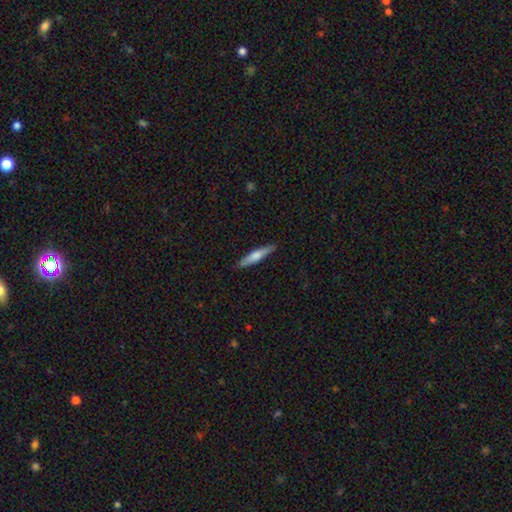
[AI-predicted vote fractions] This appears to be a smooth galaxy with no disk features (55%) that is cigar-shaped (89%). Merging: none (89%).